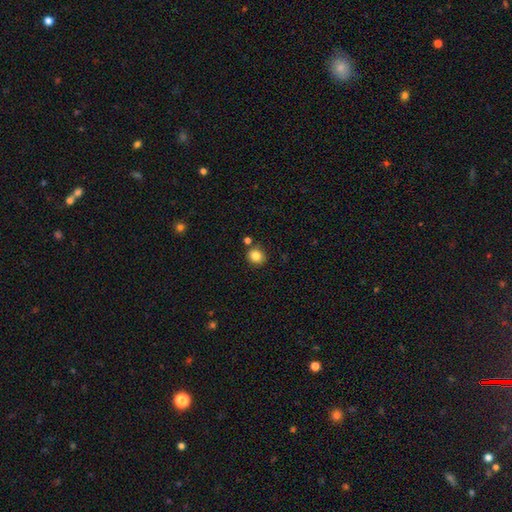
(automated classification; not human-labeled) Smooth or featured? Predicted: smooth (p=0.84). How rounded? Predicted: round (p=0.79). Merging? Predicted: none (p=0.82).